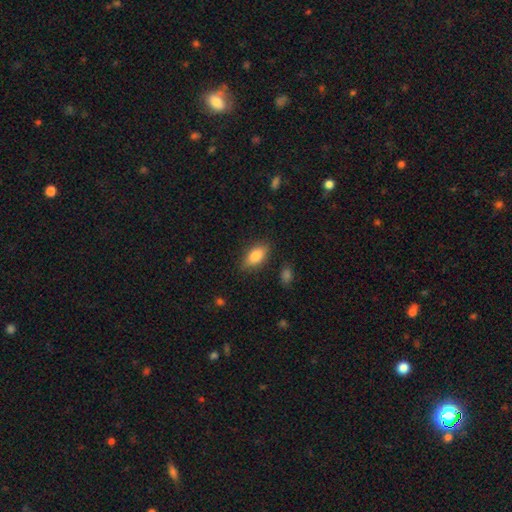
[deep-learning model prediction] A smooth galaxy with no disk features (84%) that is in between round and cigar-shaped (89%). Merging: none (84%).